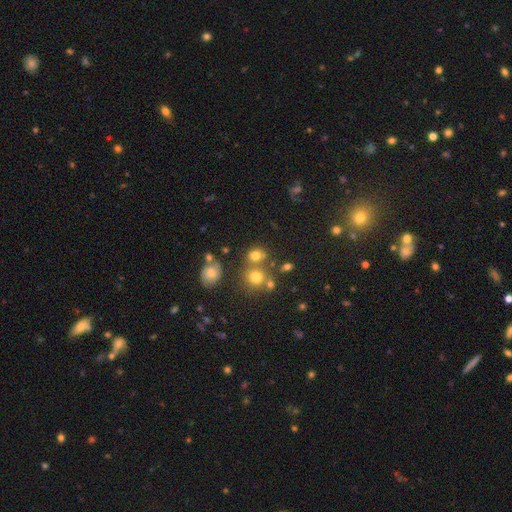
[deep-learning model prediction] Morphology: type=smooth (71%); roundness=round (69%); merging=none (55%).